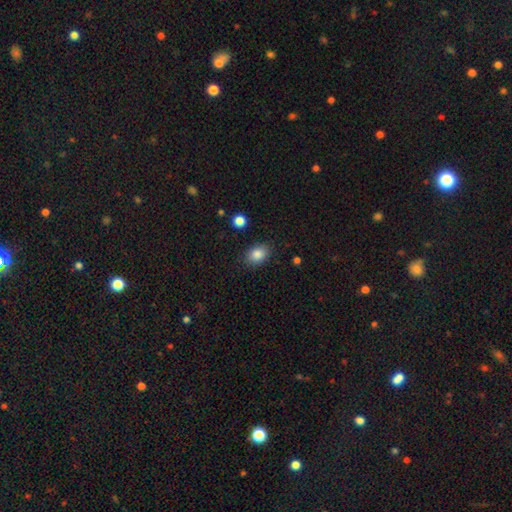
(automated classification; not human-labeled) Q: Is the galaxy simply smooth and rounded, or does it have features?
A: smooth — 86%.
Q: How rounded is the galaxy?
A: in between — 72%.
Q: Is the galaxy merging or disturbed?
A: none — 87%.